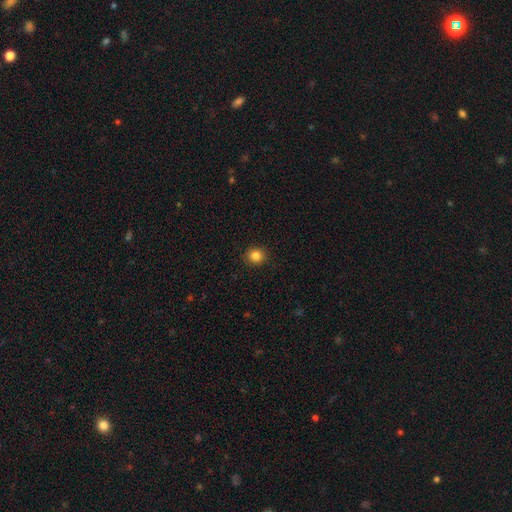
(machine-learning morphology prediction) This is clearly a smooth galaxy (84%). How rounded: clearly round (85%). Merging: clearly none (91%).